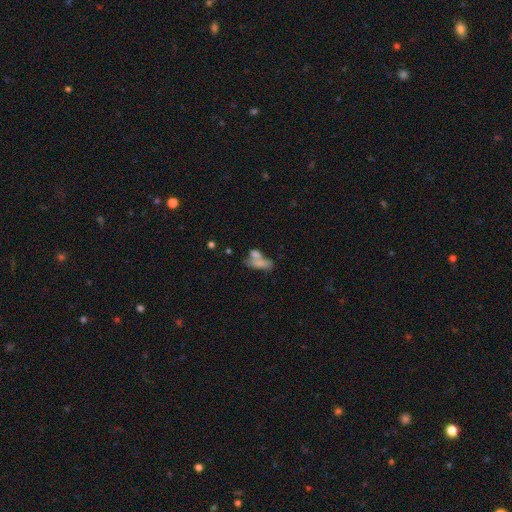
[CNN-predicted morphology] Q: Smooth or featured?
A: smooth (70%); runner-up: featured or disk (19%)
Q: How rounded?
A: in between (72%); runner-up: cigar-shaped (18%)
Q: Merging?
A: merger (54%); runner-up: none (27%)